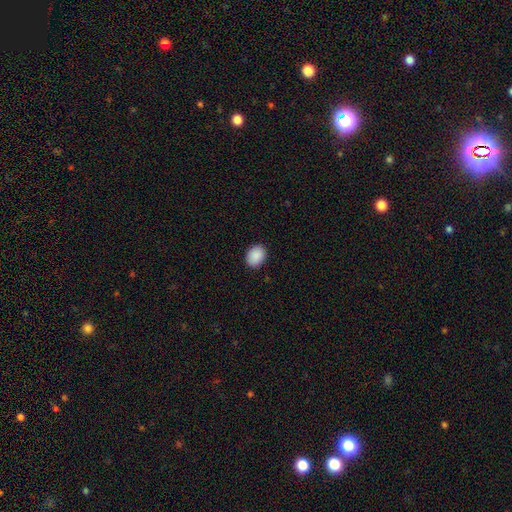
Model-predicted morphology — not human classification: Q: Smooth or featured?
A: smooth (90%); runner-up: star or artifact (7%)
Q: How rounded?
A: in between (59%); runner-up: round (40%)
Q: Merging?
A: none (89%); runner-up: minor disturbance (9%)